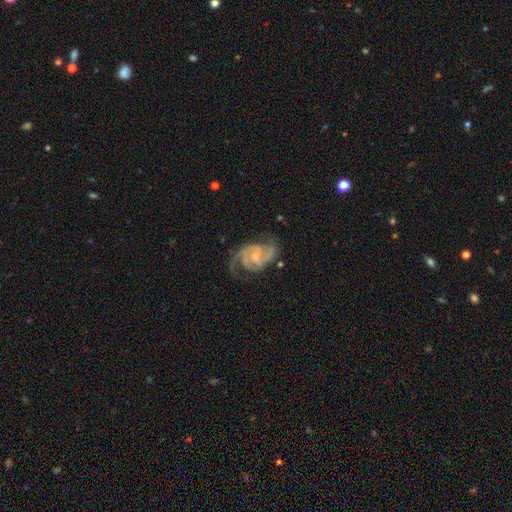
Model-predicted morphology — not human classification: Overall: featured or disk (90%). Edge-on disk: no (98%). Bar: weak (49%; no 38%). Spiral arms: yes (98%). Spiral arm count: 2 (63%). Spiral winding: medium (53%; tight 32%). Bulge size: small (55%; moderate 34%). Merging: none (63%).